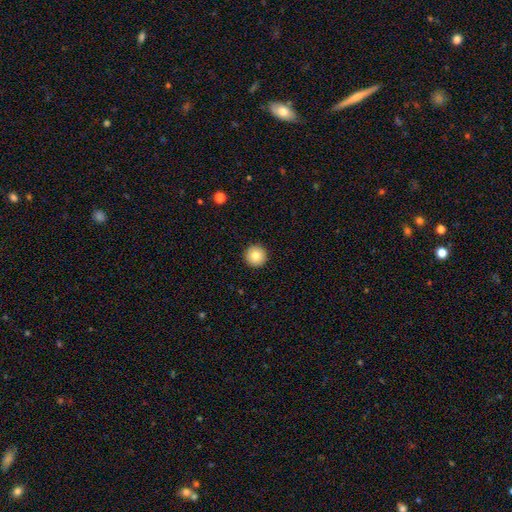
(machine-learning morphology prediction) A smooth galaxy with no disk features (83%) that is round (97%).

Vote fractions:
- Smooth or featured? smooth: 83% / star or artifact: 9% / featured or disk: 8%
- How rounded? round: 97% / in between: 2% / cigar-shaped: 1%
- Merging? none: 93% / minor disturbance: 4% / major disturbance: 1% / merger: 1%